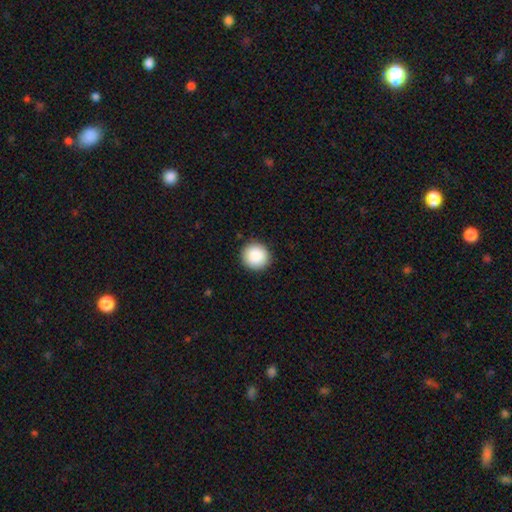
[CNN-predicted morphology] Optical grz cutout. It shows a smooth galaxy with no disk features (89%) that is round (94%). Merging: none (92%).